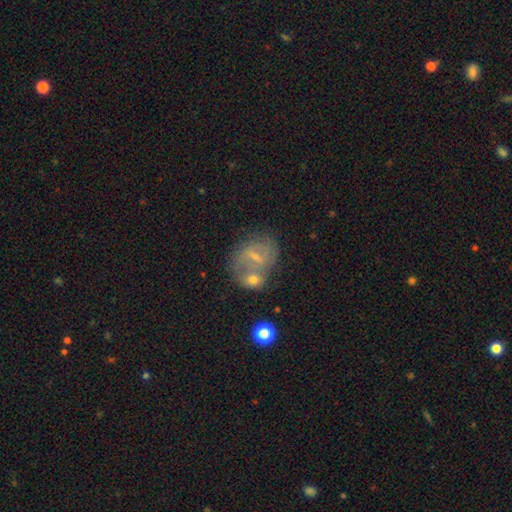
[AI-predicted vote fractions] Smooth or featured? featured or disk (47%)
Merging? none (39%)